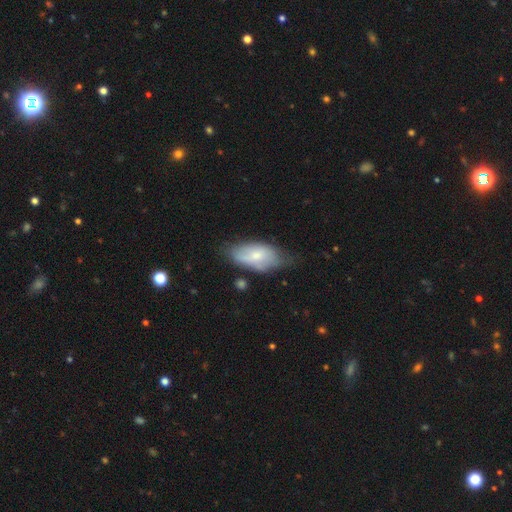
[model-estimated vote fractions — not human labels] Smooth or featured: smooth — 64% (featured or disk — 30%)
How rounded: in between — 92% (cigar-shaped — 5%)
Merging: none — 46% (minor disturbance — 38%)